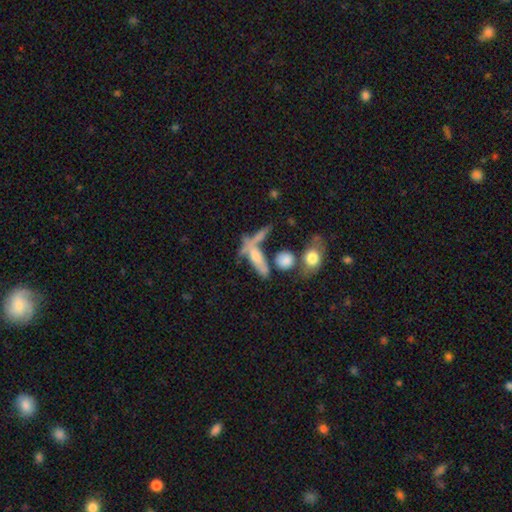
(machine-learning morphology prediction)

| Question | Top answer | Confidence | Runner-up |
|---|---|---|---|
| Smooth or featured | featured or disk | 44% | smooth (43%) |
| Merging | none | 35% | merger (33%) |